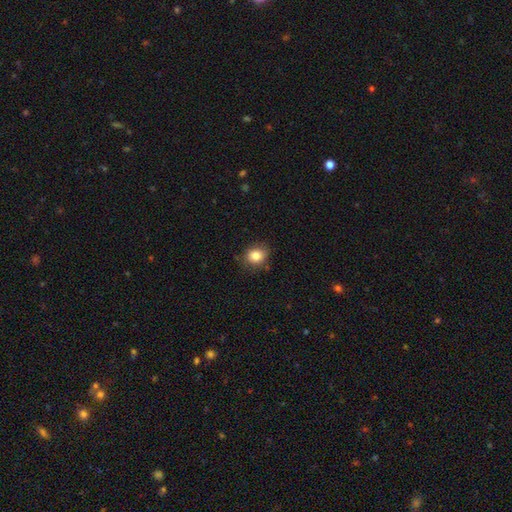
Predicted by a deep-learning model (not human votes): Smooth or featured? smooth (83%)
How rounded? round (58%)
Merging? none (79%)